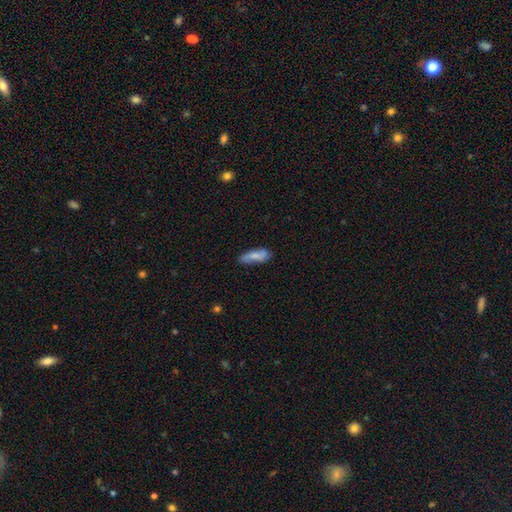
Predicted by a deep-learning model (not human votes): The model was most divided on "how rounded": in between: 60%, cigar-shaped: 37%, round: 3%. More confident: smooth or featured — smooth (70%); merging — none (63%).